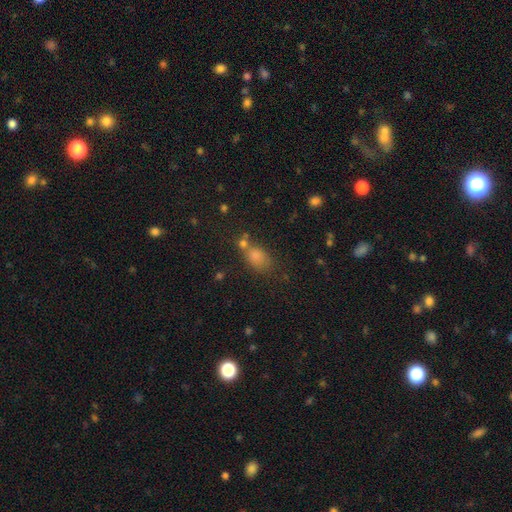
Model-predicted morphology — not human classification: smooth_or_featured: smooth (p=0.67) [alt: star or artifact p=0.24]
how_rounded: in between (p=0.58) [alt: round p=0.39]
merging: none (p=0.57) [alt: merger p=0.22]